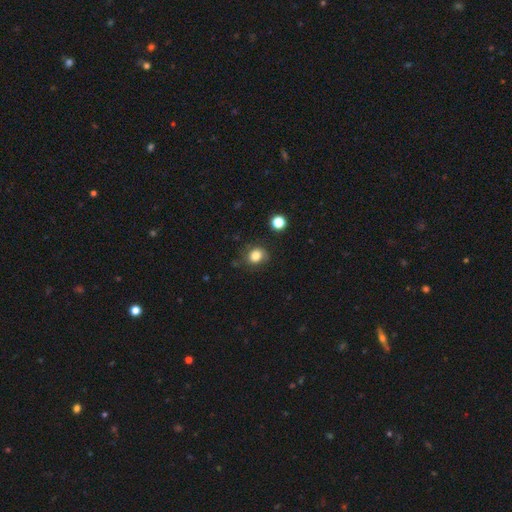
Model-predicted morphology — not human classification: A smooth galaxy with no disk features (80%) that is round (69%). Merging: none (74%).